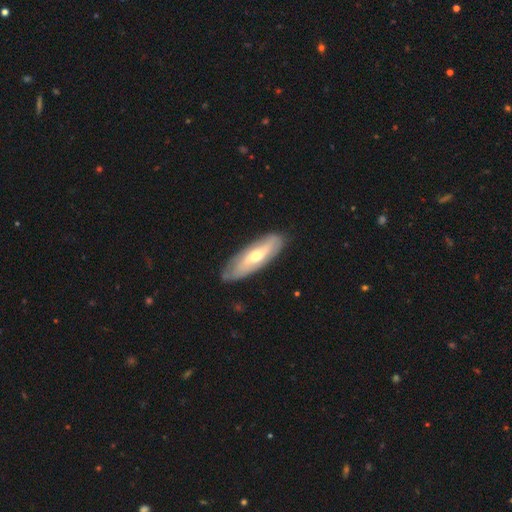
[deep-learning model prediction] Smooth or featured? Predicted: featured or disk (p=0.55). Edge-on disk? Predicted: no (p=0.69). Merging? Predicted: none (p=0.81).